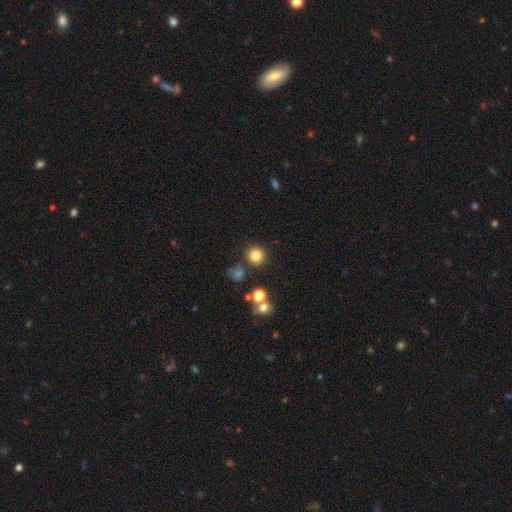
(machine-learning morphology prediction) The model was most divided on "smooth or featured": smooth: 81%, star or artifact: 13%, featured or disk: 6%. More confident: how rounded — round (92%); merging — none (84%).